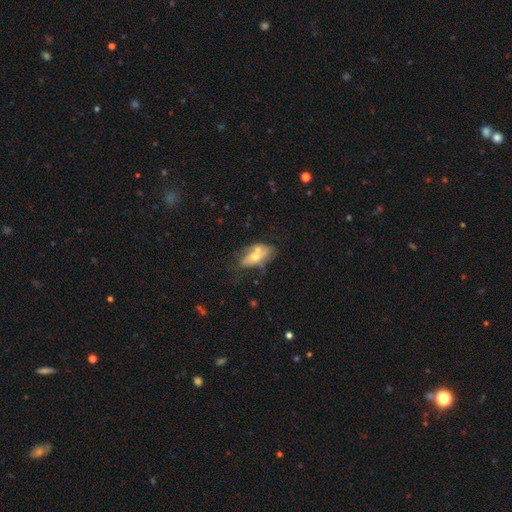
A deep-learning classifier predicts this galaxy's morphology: Smooth or featured? Predicted: featured or disk (p=0.47). Merging? Predicted: merger (p=0.37).